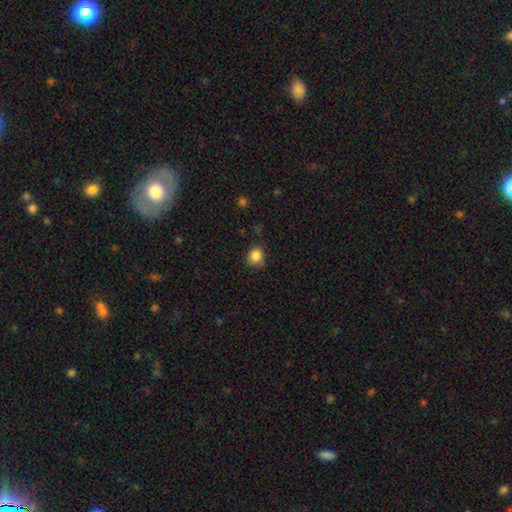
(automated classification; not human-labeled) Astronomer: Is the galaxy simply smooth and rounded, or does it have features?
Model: smooth — 86%.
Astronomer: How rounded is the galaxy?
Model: round — 71%.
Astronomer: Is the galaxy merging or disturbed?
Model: none — 72%.